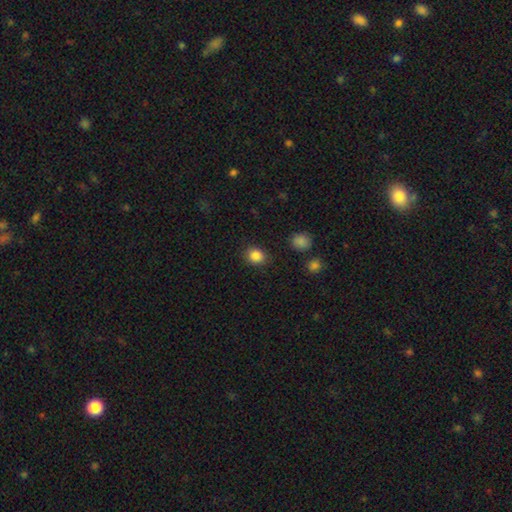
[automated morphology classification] smooth-or-featured: smooth: 86% | star or artifact: 10% | featured or disk: 4%
  how-rounded: round: 70% | in between: 29% | cigar-shaped: 1%
  merging: none: 88% | minor disturbance: 8% | major disturbance: 3% | merger: 1%